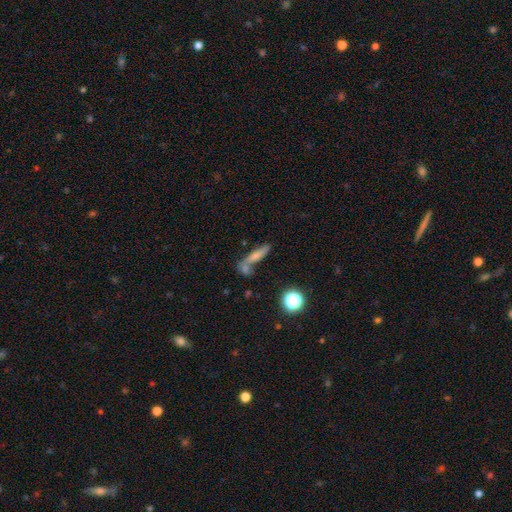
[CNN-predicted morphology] smooth-or-featured: smooth: 63% | featured or disk: 24% | star or artifact: 13%
  how-rounded: cigar-shaped: 69% | in between: 25% | round: 6%
  merging: none: 48% | merger: 33% | minor disturbance: 12% | major disturbance: 7%